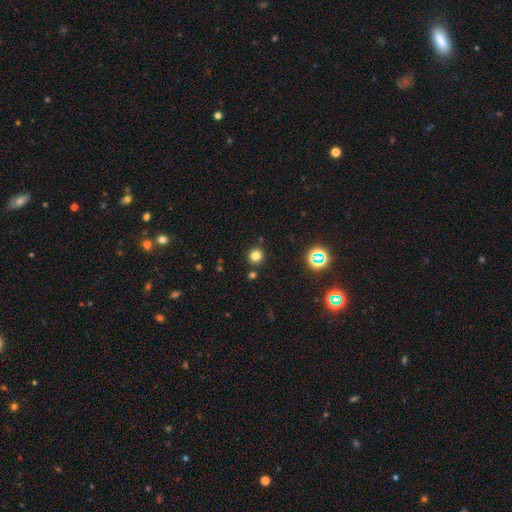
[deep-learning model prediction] smooth 78%, star or artifact 17%, featured or disk 5%. Down the decision tree: how rounded — round (92%); merging — none (88%).